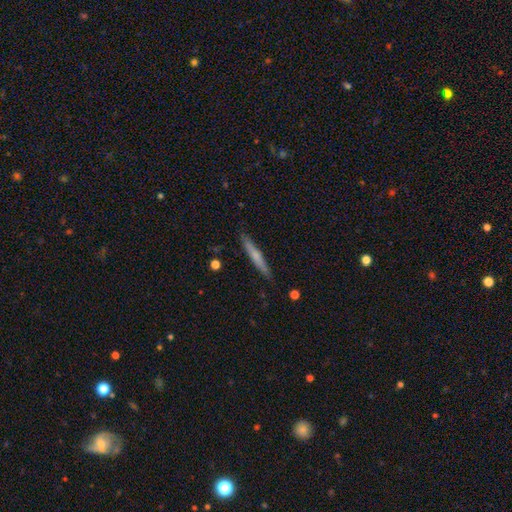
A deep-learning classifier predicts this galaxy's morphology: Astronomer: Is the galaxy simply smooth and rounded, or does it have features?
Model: smooth — 55% (runner-up: featured or disk, 39%).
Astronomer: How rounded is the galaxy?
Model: cigar-shaped — 96%.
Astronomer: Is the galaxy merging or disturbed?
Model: none — 89%.